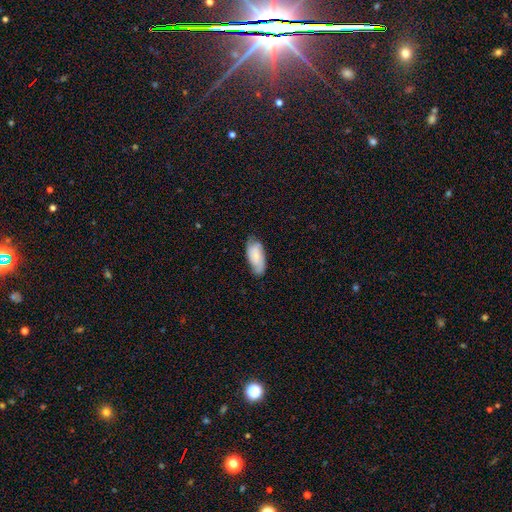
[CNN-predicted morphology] Smooth or featured? Predicted: smooth (p=0.61). How rounded? Predicted: in between (p=0.87). Merging? Predicted: none (p=0.68).